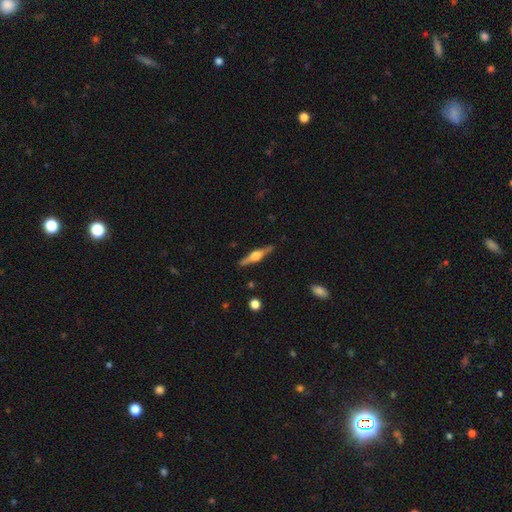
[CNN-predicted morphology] smooth-or-featured: featured or disk: 76% | smooth: 19% | star or artifact: 5%
  disk-edge-on: yes: 98% | no: 2%
    edge-on-bulge: rounded: 92% | boxy: 6% | none: 2%
  merging: none: 90% | minor disturbance: 7% | major disturbance: 2% | merger: 1%